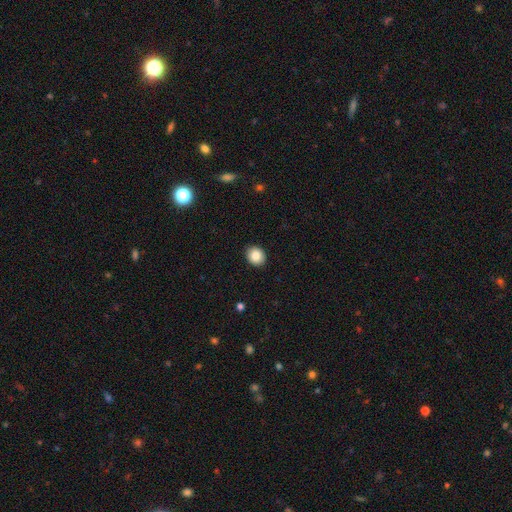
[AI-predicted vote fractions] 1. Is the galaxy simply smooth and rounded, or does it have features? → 87% smooth, 8% star or artifact, 5% featured or disk.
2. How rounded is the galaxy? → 70% round, 30% in between, 1% cigar-shaped.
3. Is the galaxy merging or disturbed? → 92% none, 6% minor disturbance, 2% major disturbance, 1% merger.